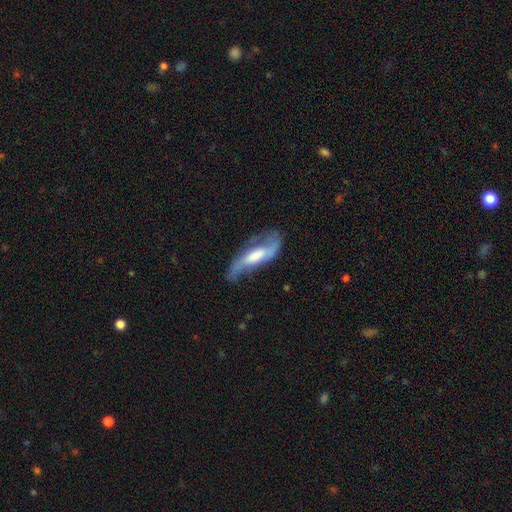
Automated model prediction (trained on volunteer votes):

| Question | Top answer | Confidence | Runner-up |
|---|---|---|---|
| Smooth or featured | featured or disk | 77% | smooth (16%) |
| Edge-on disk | no | 83% | yes (17%) |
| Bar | weak | 38% | no (35%) |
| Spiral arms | yes | 90% | no (10%) |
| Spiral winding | loose | 48% | medium (37%) |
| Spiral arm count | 2 | 85% | can't tell (7%) |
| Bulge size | moderate | 52% | large (22%) |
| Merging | none | 63% | minor disturbance (22%) |